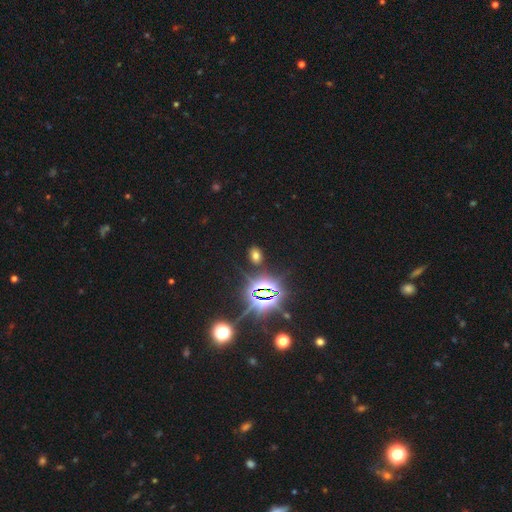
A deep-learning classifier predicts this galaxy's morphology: Smooth or featured: smooth — 48% (star or artifact — 44%)
Merging: none — 84% (minor disturbance — 9%)